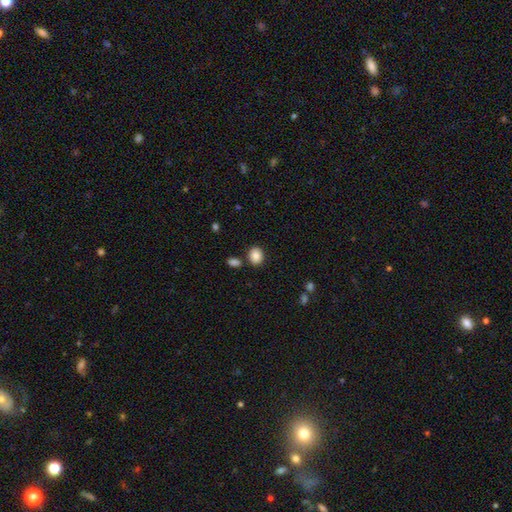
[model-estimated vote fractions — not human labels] This is clearly a smooth galaxy (87%). How rounded: possibly round (52%). Merging: likely none (80%).